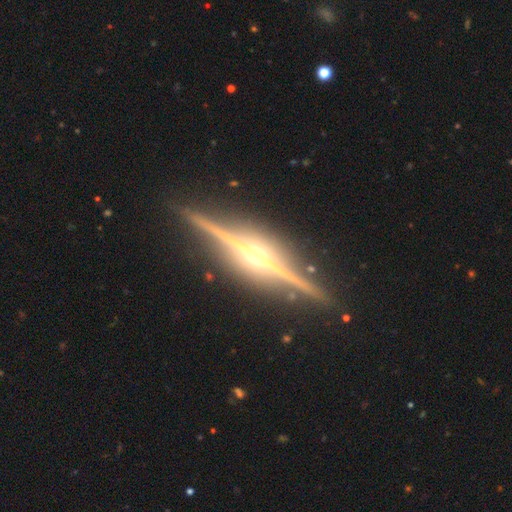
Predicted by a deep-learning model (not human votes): A featured or disk galaxy (92%) viewed edge-on (98%) with a rounded central bulge (93%).

Vote fractions:
- Smooth or featured? featured or disk: 92% / star or artifact: 5% / smooth: 4%
- Edge-on disk? yes: 98% / no: 2%
- Edge-on bulge? rounded: 93% / boxy: 4% / none: 3%
- Merging? none: 90% / minor disturbance: 7% / major disturbance: 2% / merger: 1%